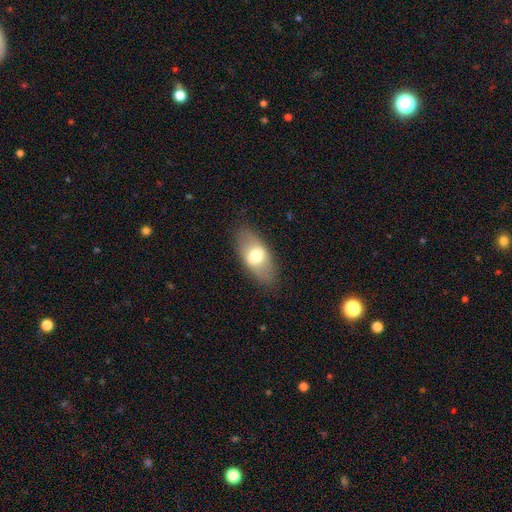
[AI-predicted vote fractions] This is possibly a smooth galaxy (60%). How rounded: clearly in between (87%). Merging: clearly none (82%).